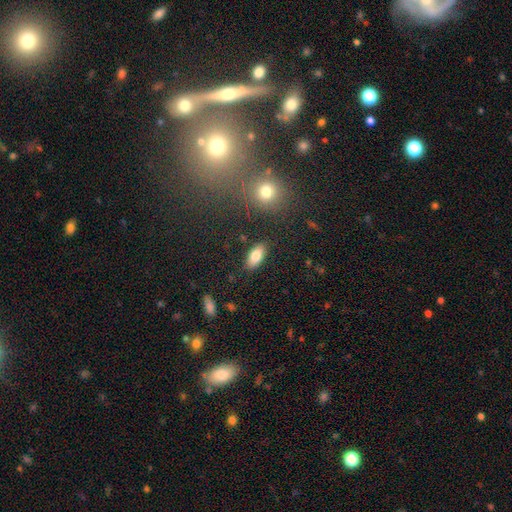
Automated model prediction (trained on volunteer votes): Overall: smooth (83%). How rounded: in between (90%). Merging: none (86%).